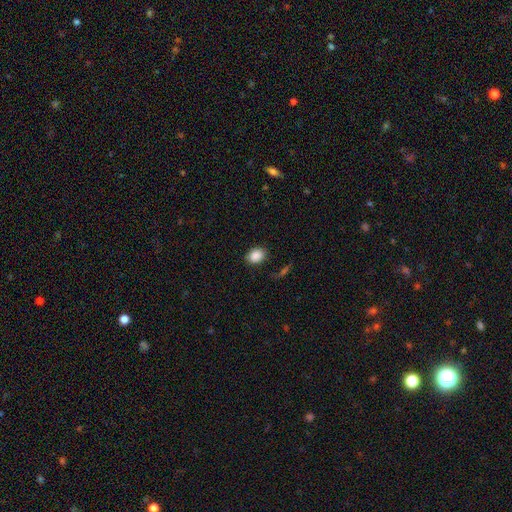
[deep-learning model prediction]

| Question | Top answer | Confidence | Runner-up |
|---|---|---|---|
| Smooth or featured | smooth | 88% | star or artifact (8%) |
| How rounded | in between | 67% | round (32%) |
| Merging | none | 82% | minor disturbance (13%) |